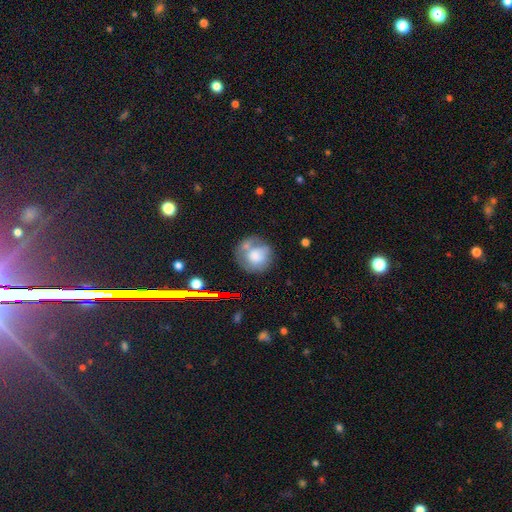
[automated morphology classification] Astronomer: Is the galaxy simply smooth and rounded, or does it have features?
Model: smooth — 65%.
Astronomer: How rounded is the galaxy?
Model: round — 84%.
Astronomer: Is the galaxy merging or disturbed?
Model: none — 46% (runner-up: minor disturbance, 22%).